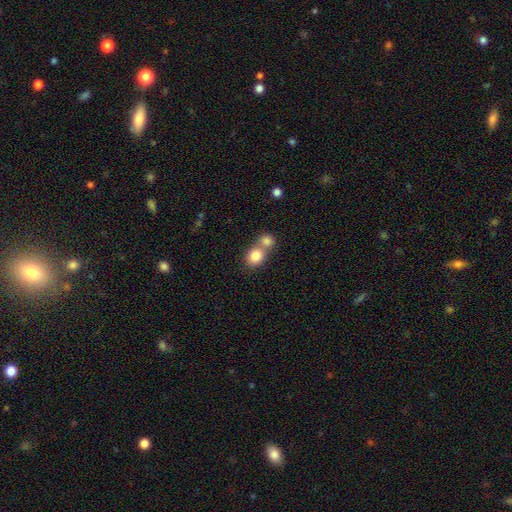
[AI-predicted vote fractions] A smooth galaxy with no disk features (82%) that is round (70%).

Vote fractions:
- Smooth or featured? smooth: 82% / star or artifact: 9% / featured or disk: 9%
- How rounded? round: 70% / in between: 29% / cigar-shaped: 1%
- Merging? merger: 56% / none: 35% / minor disturbance: 6% / major disturbance: 2%